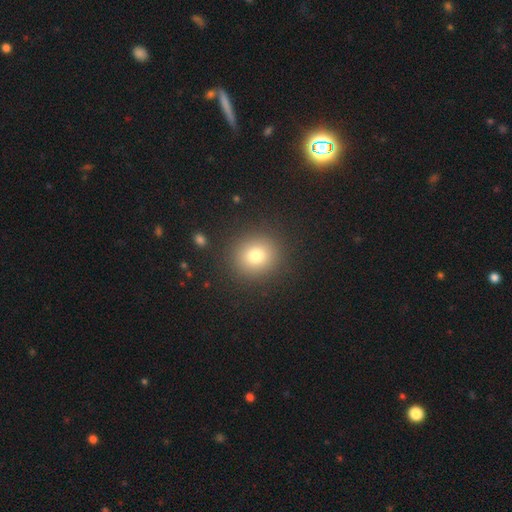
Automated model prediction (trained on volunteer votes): A smooth galaxy with no disk features (78%) that is round (87%).

Vote fractions:
- Smooth or featured? smooth: 78% / star or artifact: 13% / featured or disk: 9%
- How rounded? round: 87% / in between: 12% / cigar-shaped: 1%
- Merging? none: 90% / minor disturbance: 6% / major disturbance: 3% / merger: 1%